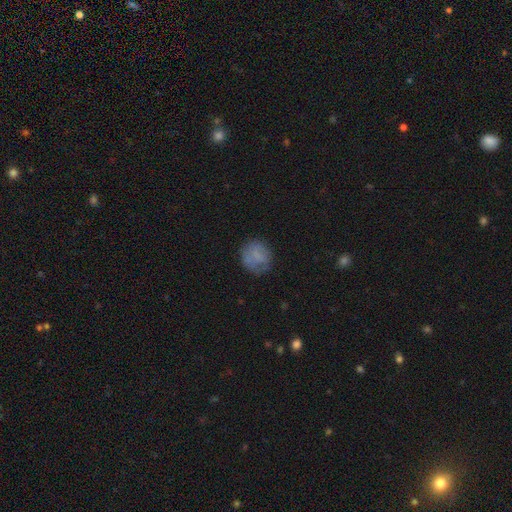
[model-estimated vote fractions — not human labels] Smooth or featured? smooth (69%)
How rounded? round (80%)
Merging? none (63%)